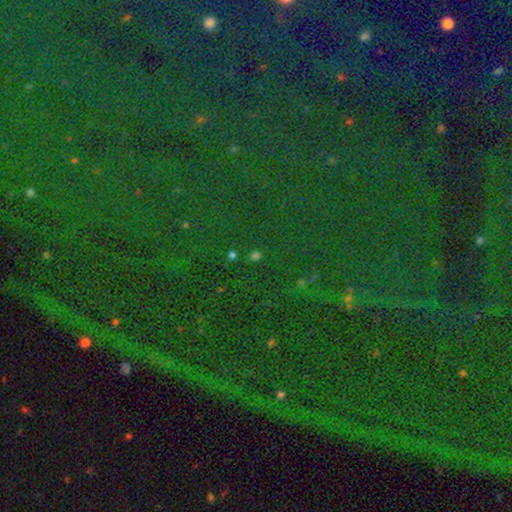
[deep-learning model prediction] This is likely a star or artifact rather than a galaxy (68%).